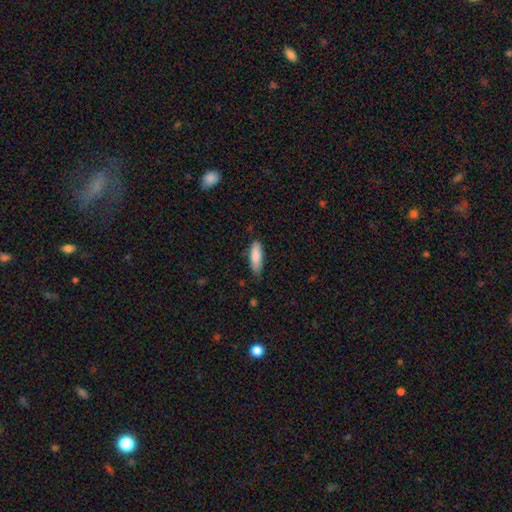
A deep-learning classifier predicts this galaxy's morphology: Q: Smooth or featured?
A: smooth (87%); runner-up: featured or disk (8%)
Q: How rounded?
A: in between (54%); runner-up: cigar-shaped (45%)
Q: Merging?
A: none (77%); runner-up: minor disturbance (19%)